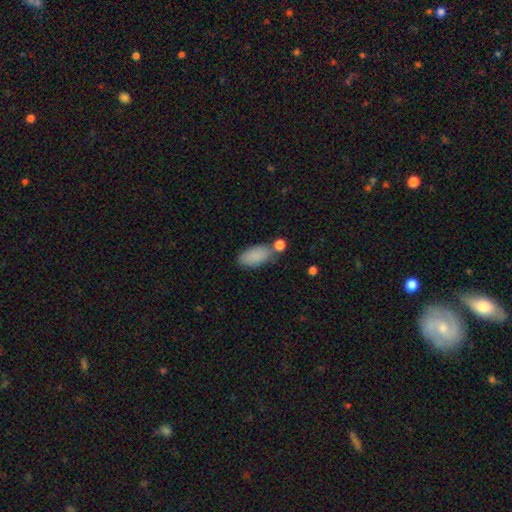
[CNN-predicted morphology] Smooth or featured? smooth (87%)
How rounded? in between (90%)
Merging? none (62%)